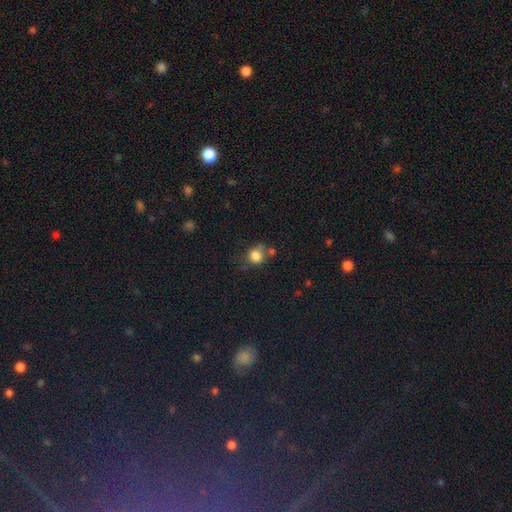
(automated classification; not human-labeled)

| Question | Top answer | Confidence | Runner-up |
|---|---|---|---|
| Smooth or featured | smooth | 81% | star or artifact (11%) |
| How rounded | round | 73% | in between (26%) |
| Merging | none | 53% | minor disturbance (23%) |